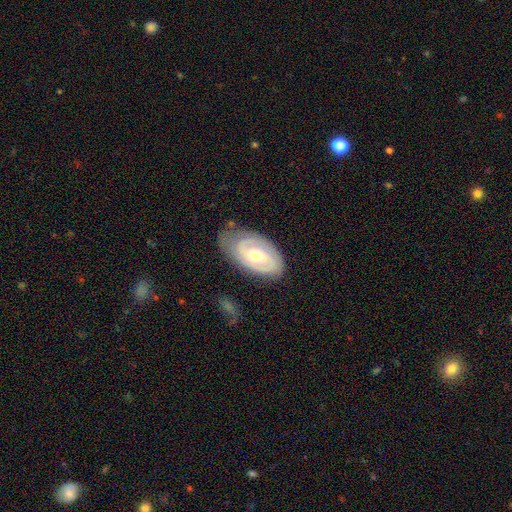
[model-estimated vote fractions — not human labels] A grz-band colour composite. It shows a featured or disk galaxy (75%) with no bar (53%), 2 (61%) tight (59%) spiral arms (88%) and a moderate central bulge (54%). Merging: none (67%).